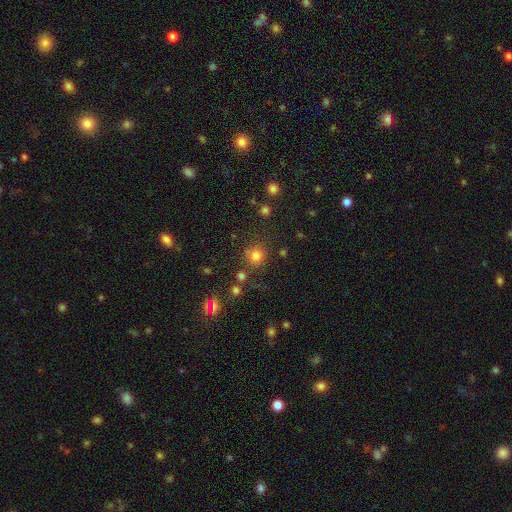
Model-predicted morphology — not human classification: Smooth or featured: smooth — 74% (star or artifact — 18%)
How rounded: round — 90% (in between — 9%)
Merging: none — 74% (minor disturbance — 11%)